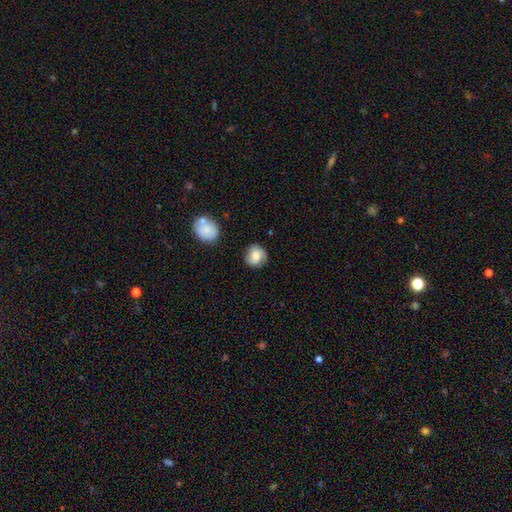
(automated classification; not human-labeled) Smooth or featured? smooth (63%)
How rounded? round (84%)
Merging? none (75%)